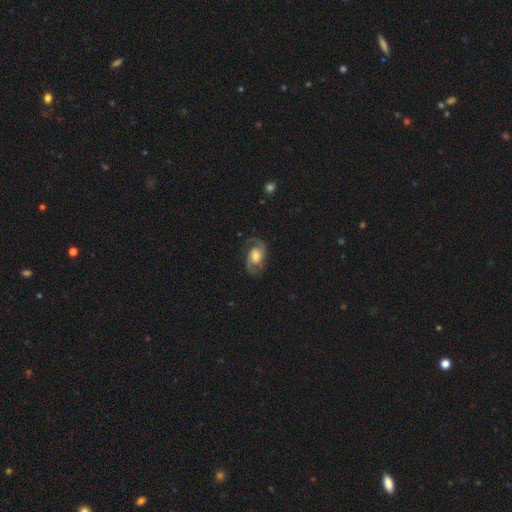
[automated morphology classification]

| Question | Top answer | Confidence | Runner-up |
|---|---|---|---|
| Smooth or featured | featured or disk | 85% | smooth (10%) |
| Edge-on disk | no | 97% | yes (3%) |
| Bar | no | 51% | weak (39%) |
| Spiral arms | yes | 97% | no (3%) |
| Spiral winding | medium | 55% | loose (23%) |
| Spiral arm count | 2 | 92% | can't tell (3%) |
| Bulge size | moderate | 47% | large (29%) |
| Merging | none | 78% | minor disturbance (14%) |